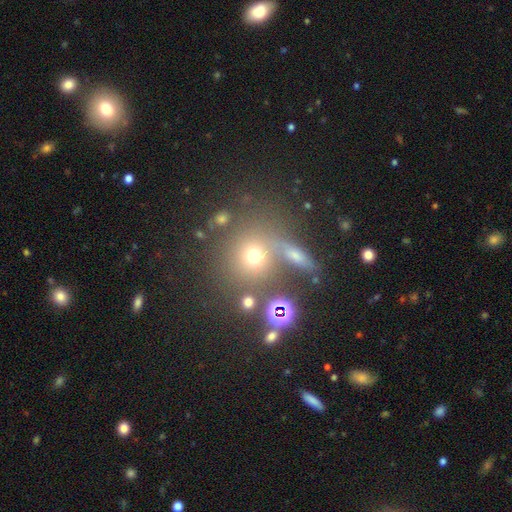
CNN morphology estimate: Smooth or featured: smooth — 57% (star or artifact — 28%)
How rounded: round — 86% (in between — 12%)
Merging: none — 65% (merger — 19%)